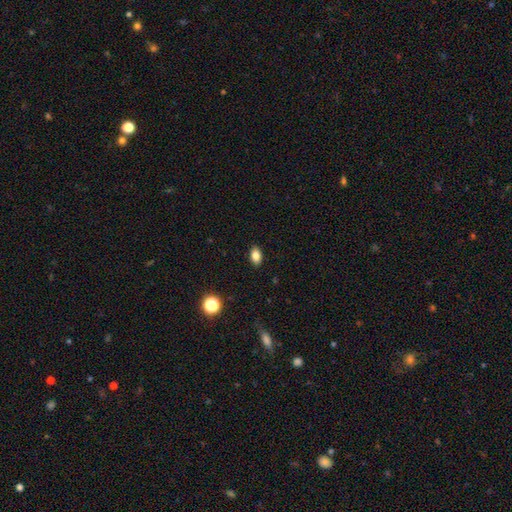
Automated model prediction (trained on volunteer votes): This is clearly a smooth galaxy (83%). How rounded: clearly in between (88%). Merging: clearly none (89%).